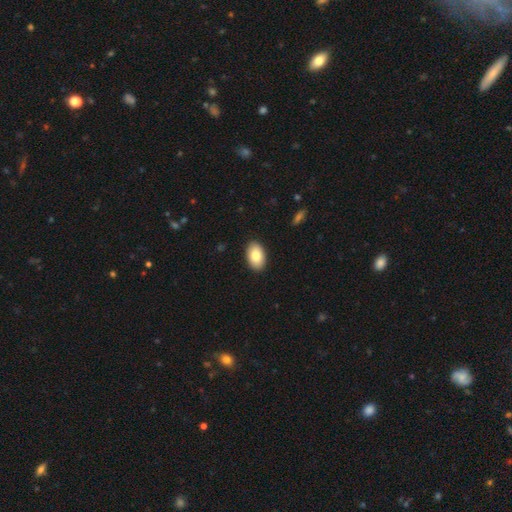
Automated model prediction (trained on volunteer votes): This is clearly a smooth galaxy (84%). How rounded: clearly in between (93%). Merging: clearly none (90%).